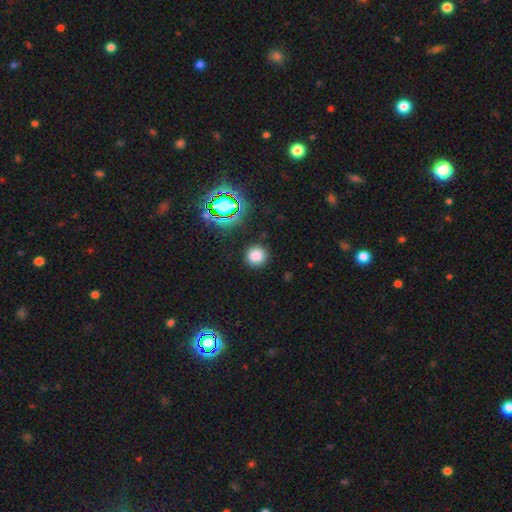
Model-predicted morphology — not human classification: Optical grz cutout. It shows a smooth galaxy with no disk features (78%) that is round (90%). Merging: none (88%).